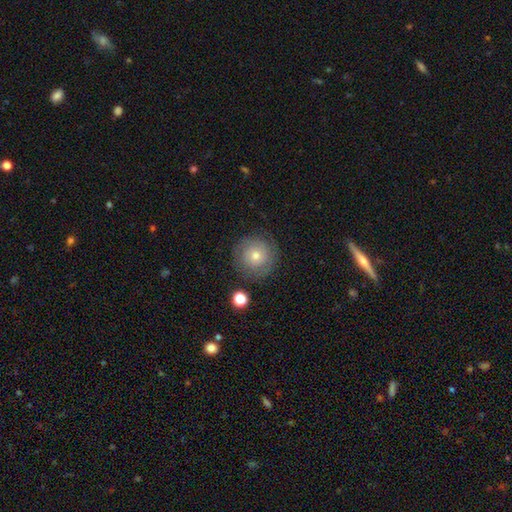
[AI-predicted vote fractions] Smooth or featured: smooth — 52% (featured or disk — 37%)
How rounded: round — 95% (in between — 4%)
Merging: none — 84% (minor disturbance — 11%)